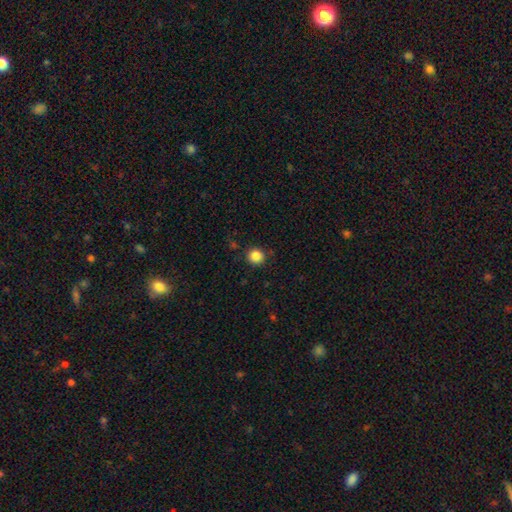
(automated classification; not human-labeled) This appears to be a smooth galaxy with no disk features (85%) that is round (91%). Merging: none (89%).